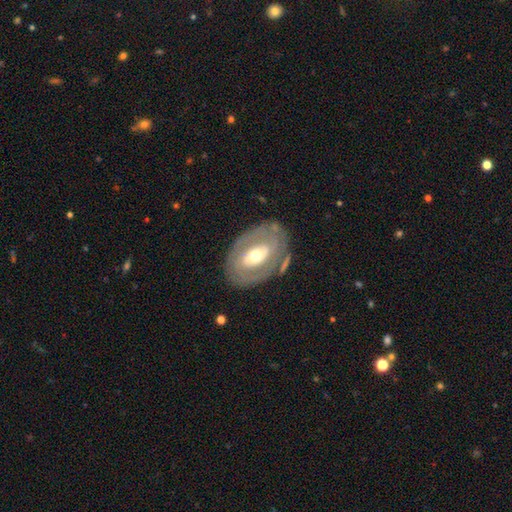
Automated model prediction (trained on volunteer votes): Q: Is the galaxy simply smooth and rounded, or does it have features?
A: featured or disk — 70%.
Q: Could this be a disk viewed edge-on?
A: no — 93%.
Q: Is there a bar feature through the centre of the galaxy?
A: no — 44%.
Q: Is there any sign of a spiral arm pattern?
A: yes — 51%.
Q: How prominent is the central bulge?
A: moderate — 65%.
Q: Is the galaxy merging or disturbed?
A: none — 74%.